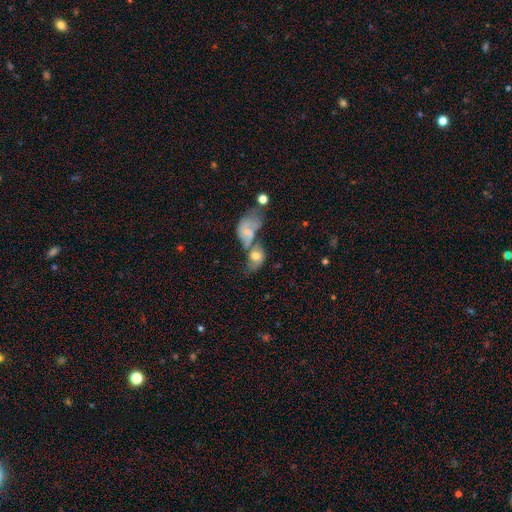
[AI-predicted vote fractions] smooth-or-featured: smooth: 57% | featured or disk: 33% | star or artifact: 10%
  how-rounded: in between: 73% | round: 25% | cigar-shaped: 3%
  merging: merger: 63% | none: 15% | major disturbance: 12% | minor disturbance: 10%